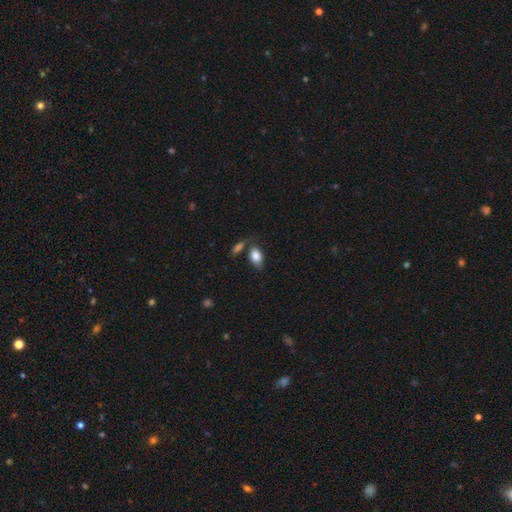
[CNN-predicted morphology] The model was most divided on "merging": none: 64%, minor disturbance: 16%, merger: 15%, major disturbance: 5%. More confident: how rounded — in between (90%); smooth or featured — smooth (84%).